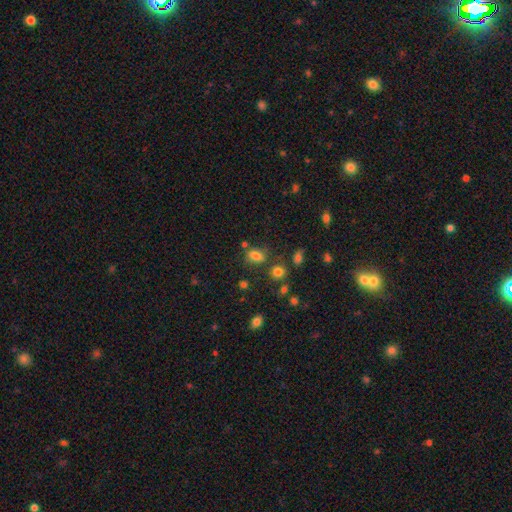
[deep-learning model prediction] A smooth galaxy with no disk features (78%) that is in between round and cigar-shaped (79%). Merging: none (66%).